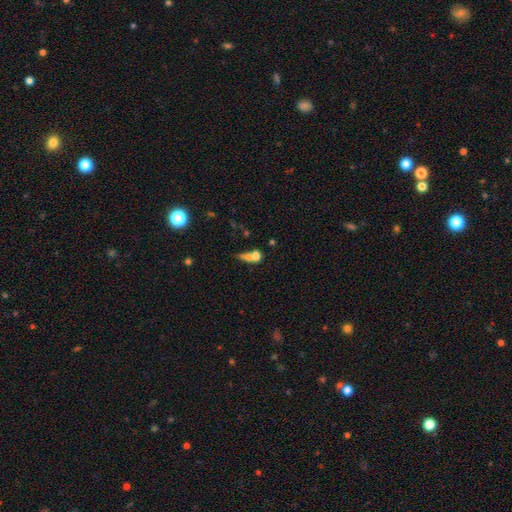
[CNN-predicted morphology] A smooth galaxy with no disk features (65%) that is in between round and cigar-shaped (46%).

Vote fractions:
- Smooth or featured? smooth: 65% / featured or disk: 23% / star or artifact: 12%
- How rounded? in between: 46% / round: 40% / cigar-shaped: 14%
- Merging? merger: 60% / none: 22% / major disturbance: 9% / minor disturbance: 9%